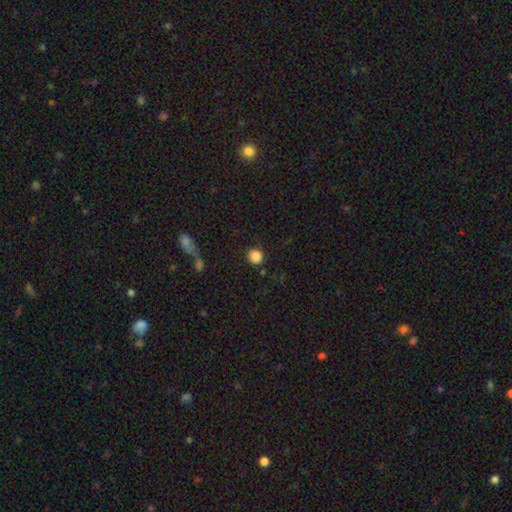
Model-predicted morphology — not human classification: This is clearly a smooth galaxy (86%). How rounded: clearly round (87%). Merging: clearly none (84%).